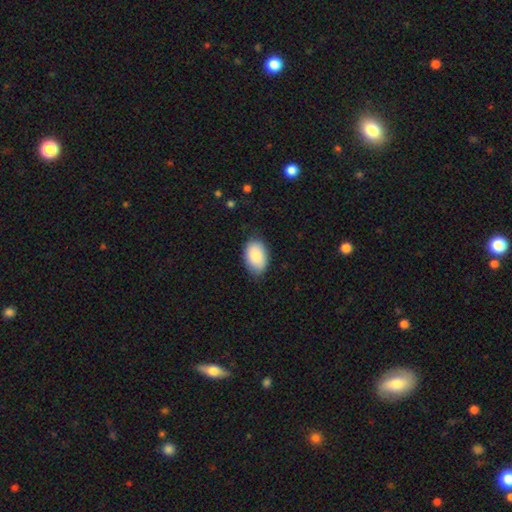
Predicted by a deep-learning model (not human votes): A smooth galaxy with no disk features (88%) that is in between round and cigar-shaped (91%).

Vote fractions:
- Smooth or featured? smooth: 88% / star or artifact: 6% / featured or disk: 6%
- How rounded? in between: 91% / round: 8% / cigar-shaped: 1%
- Merging? none: 82% / minor disturbance: 15% / major disturbance: 3% / merger: 1%